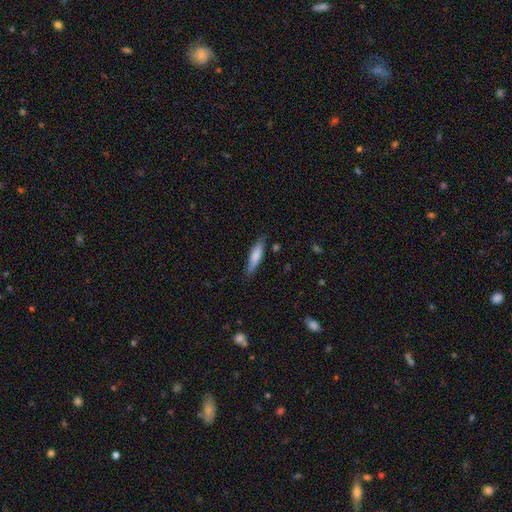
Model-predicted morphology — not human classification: A smooth galaxy with no disk features (73%) that is cigar-shaped (79%). Merging: none (81%).